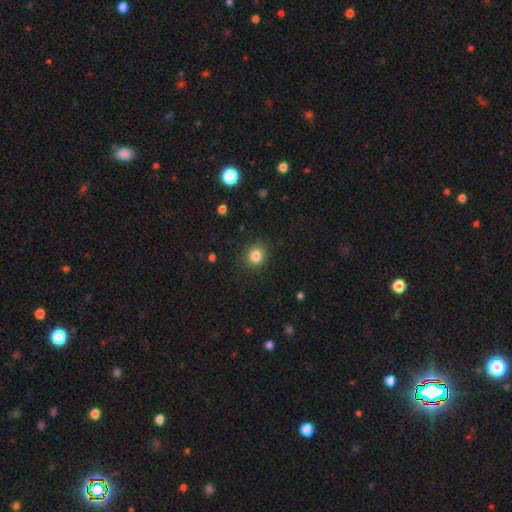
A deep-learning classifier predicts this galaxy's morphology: smooth-or-featured: smooth: 84% | star or artifact: 11% | featured or disk: 5%
  how-rounded: round: 81% | in between: 18% | cigar-shaped: 1%
  merging: none: 88% | minor disturbance: 8% | major disturbance: 3% | merger: 1%